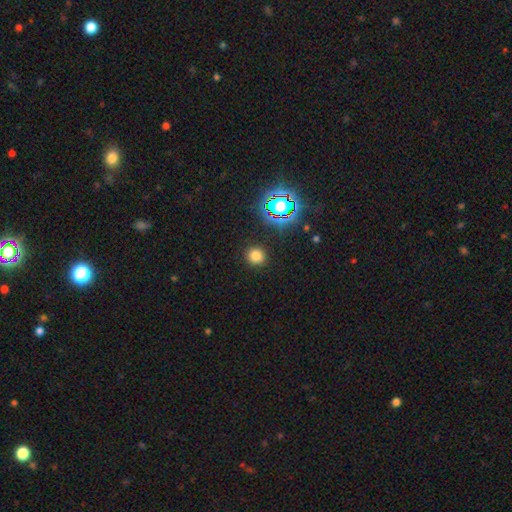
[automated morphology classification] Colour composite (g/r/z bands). It shows a smooth galaxy with no disk features (76%) that is round (87%). Merging: none (90%).